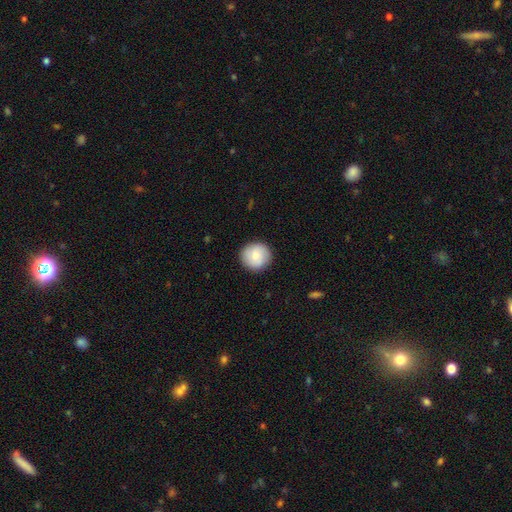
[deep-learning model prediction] Smooth or featured?
  - smooth: 76% *
  - featured or disk: 17%
  - star or artifact: 7%
How rounded?
  - round: 94% *
  - in between: 5%
  - cigar-shaped: 1%
Merging?
  - none: 90% *
  - minor disturbance: 7%
  - major disturbance: 2%
  - merger: 1%